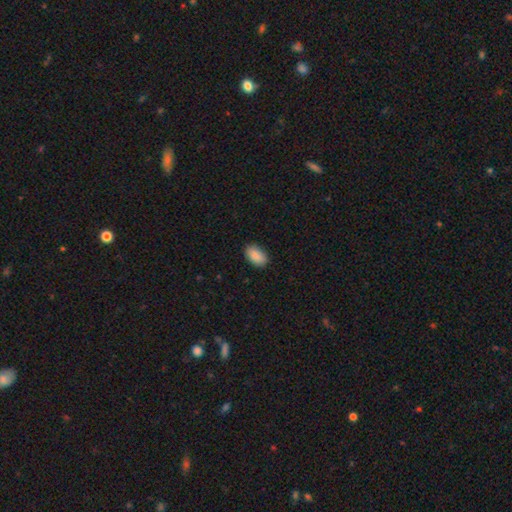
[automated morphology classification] type=smooth (90%); roundness=in between (94%); merging=none (88%).